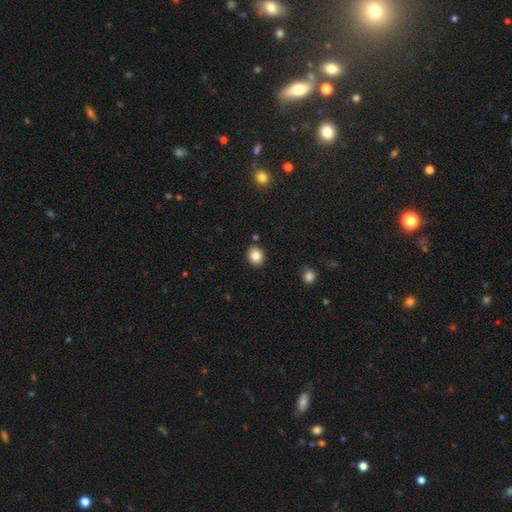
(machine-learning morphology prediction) Smooth or featured? Predicted: smooth (p=0.84). How rounded? Predicted: round (p=0.68). Merging? Predicted: none (p=0.87).